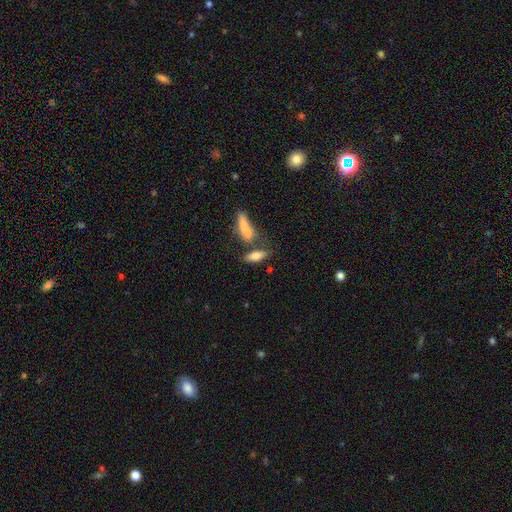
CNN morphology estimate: Overall: smooth (77%). How rounded: in between (69%). Merging: none (50%; merger 30%).